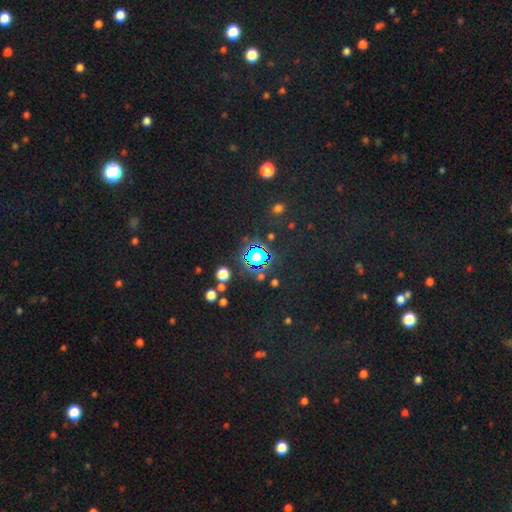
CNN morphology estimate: smooth-or-featured: star or artifact: 60% | smooth: 31% | featured or disk: 10%